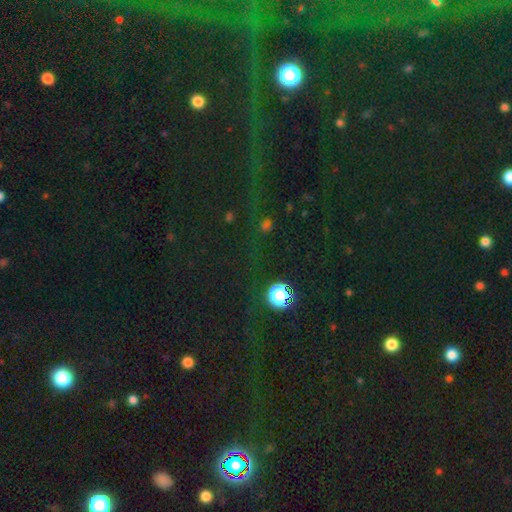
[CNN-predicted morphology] Q: Smooth or featured?
A: star or artifact (77%); runner-up: smooth (15%)